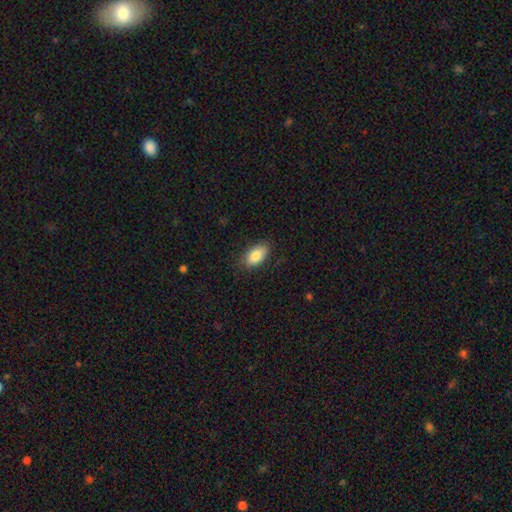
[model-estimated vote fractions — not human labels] smooth-or-featured: smooth: 84% | featured or disk: 9% | star or artifact: 7%
  how-rounded: in between: 92% | round: 5% | cigar-shaped: 4%
  merging: none: 82% | minor disturbance: 14% | major disturbance: 3% | merger: 1%